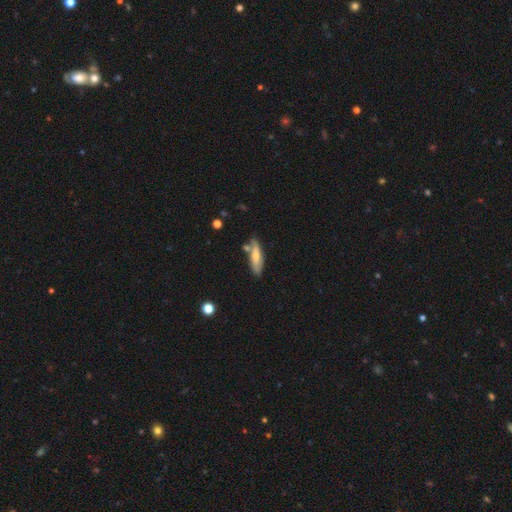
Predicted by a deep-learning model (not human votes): Smooth or featured? Predicted: smooth (p=0.62). How rounded? Predicted: cigar-shaped (p=0.63). Merging? Predicted: none (p=0.71).